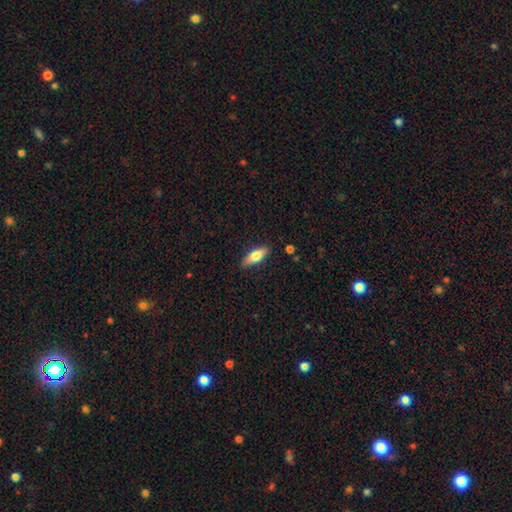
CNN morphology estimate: A smooth galaxy with no disk features (70%) that is in between round and cigar-shaped (65%). Merging: none (85%).